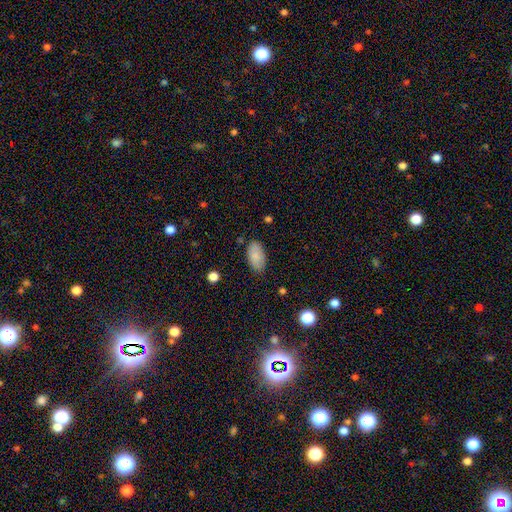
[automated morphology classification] This is clearly a smooth galaxy (85%). How rounded: clearly in between (95%). Merging: clearly none (82%).